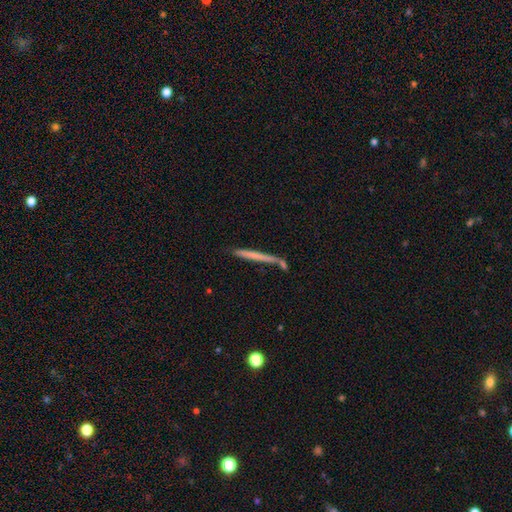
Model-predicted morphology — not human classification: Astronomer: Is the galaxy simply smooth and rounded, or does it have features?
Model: smooth — 56% (runner-up: featured or disk, 37%).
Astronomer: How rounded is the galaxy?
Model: cigar-shaped — 97%.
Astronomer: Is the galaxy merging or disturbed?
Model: none — 74%.